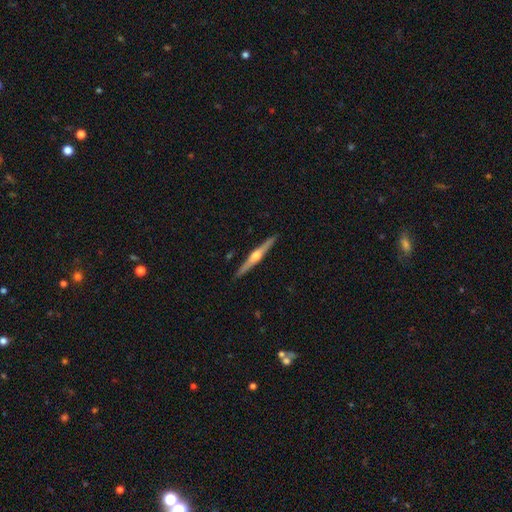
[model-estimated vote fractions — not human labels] Smooth or featured? featured or disk (76%)
Edge-on disk? yes (98%)
Edge-on bulge? rounded (92%)
Merging? none (92%)